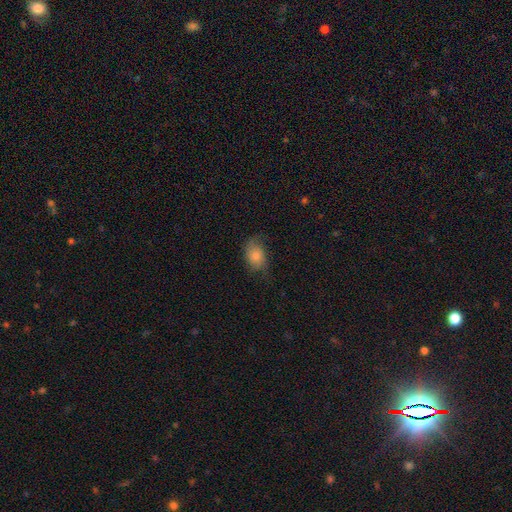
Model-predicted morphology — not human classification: smooth-or-featured: smooth: 68% | featured or disk: 23% | star or artifact: 9%
  how-rounded: in between: 75% | round: 24% | cigar-shaped: 1%
  merging: none: 59% | minor disturbance: 27% | major disturbance: 13% | merger: 1%